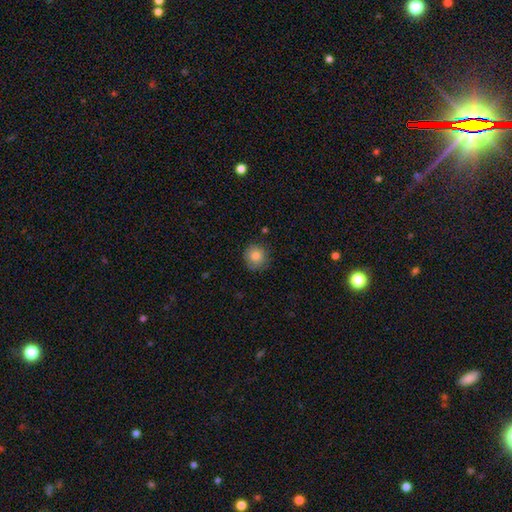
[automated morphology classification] This is clearly a smooth galaxy (81%). How rounded: clearly round (93%). Merging: clearly none (83%).